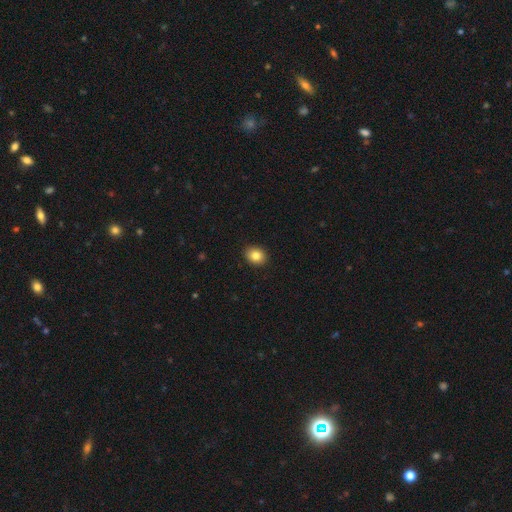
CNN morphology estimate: Smooth or featured?
  - smooth: 84% *
  - star or artifact: 10%
  - featured or disk: 7%
How rounded?
  - round: 58% *
  - in between: 42%
  - cigar-shaped: 1%
Merging?
  - none: 91% *
  - minor disturbance: 6%
  - major disturbance: 2%
  - merger: 1%